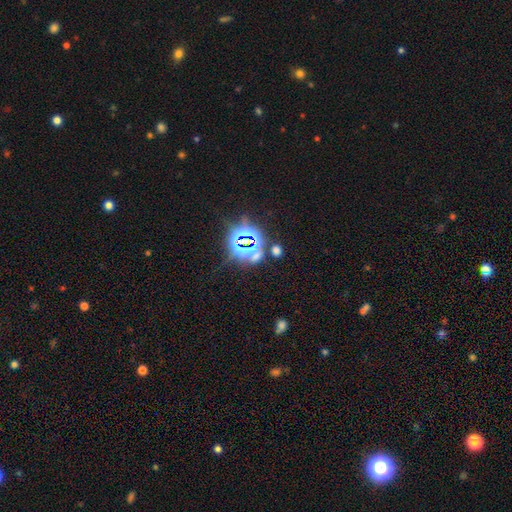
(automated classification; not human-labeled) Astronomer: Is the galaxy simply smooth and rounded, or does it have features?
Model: star or artifact — 68%.